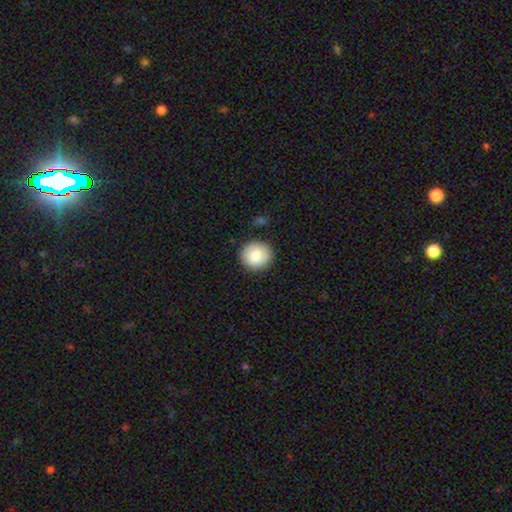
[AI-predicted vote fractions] Smooth or featured: smooth — 85% (featured or disk — 8%)
How rounded: round — 90% (in between — 9%)
Merging: none — 88% (minor disturbance — 8%)